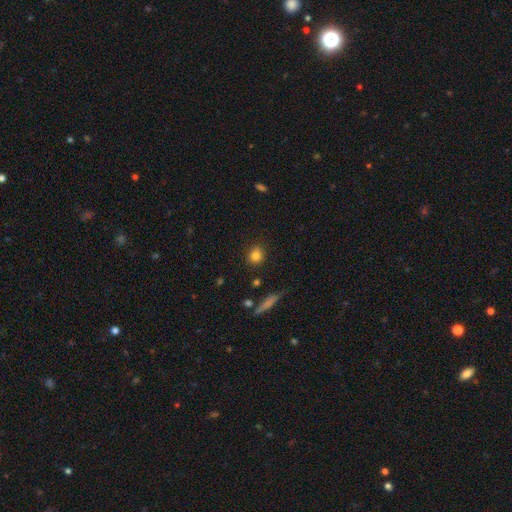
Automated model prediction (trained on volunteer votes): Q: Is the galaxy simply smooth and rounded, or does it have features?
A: smooth — 82%.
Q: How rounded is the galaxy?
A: round — 81%.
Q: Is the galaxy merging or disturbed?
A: none — 88%.